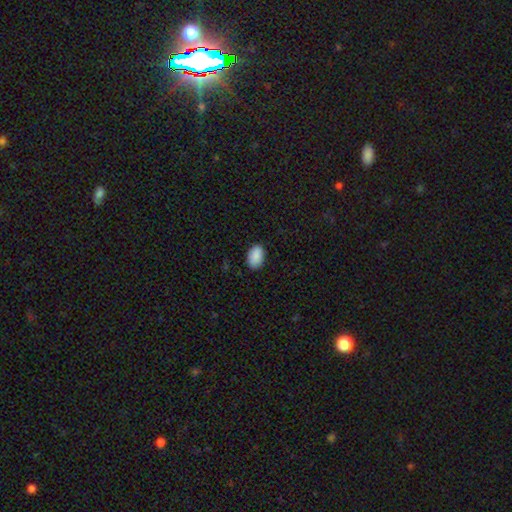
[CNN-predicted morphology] A smooth galaxy with no disk features (90%) that is in between round and cigar-shaped (90%). Merging: none (87%).